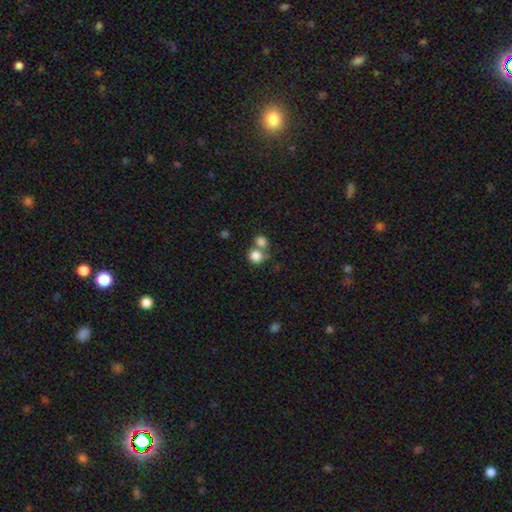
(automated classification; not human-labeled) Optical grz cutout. It shows a smooth galaxy with no disk features (82%) that is round (78%). Merging: merger (45%).